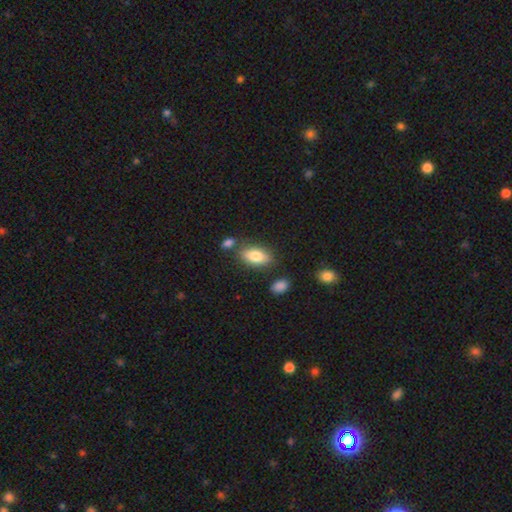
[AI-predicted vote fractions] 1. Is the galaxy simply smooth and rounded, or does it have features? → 80% smooth, 13% featured or disk, 7% star or artifact.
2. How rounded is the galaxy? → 91% in between, 5% round, 4% cigar-shaped.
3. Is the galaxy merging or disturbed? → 75% none, 13% minor disturbance, 9% merger, 3% major disturbance.